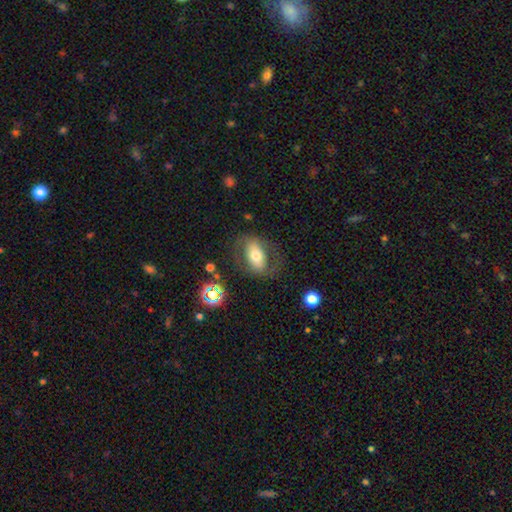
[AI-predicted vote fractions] Smooth or featured: smooth — 49% (featured or disk — 42%)
Merging: none — 70% (minor disturbance — 15%)